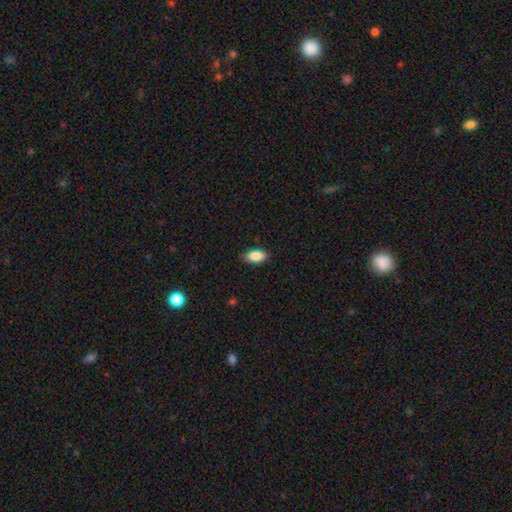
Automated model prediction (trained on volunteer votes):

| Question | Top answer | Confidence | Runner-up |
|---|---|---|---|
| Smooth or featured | smooth | 88% | star or artifact (7%) |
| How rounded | in between | 93% | round (4%) |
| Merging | none | 83% | minor disturbance (14%) |